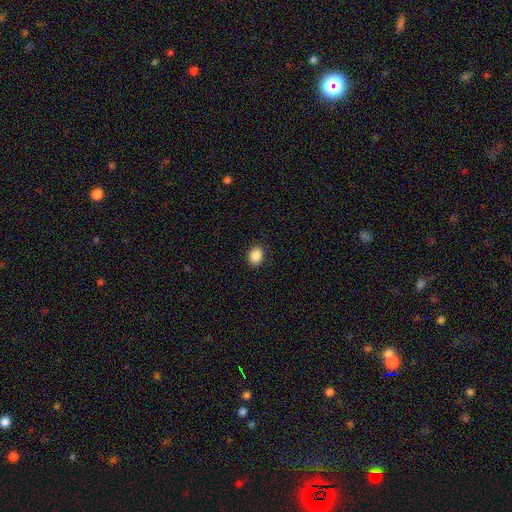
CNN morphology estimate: smooth-or-featured: smooth: 87% | star or artifact: 9% | featured or disk: 4%
  how-rounded: in between: 54% | round: 45% | cigar-shaped: 1%
  merging: none: 90% | minor disturbance: 7% | major disturbance: 2% | merger: 1%